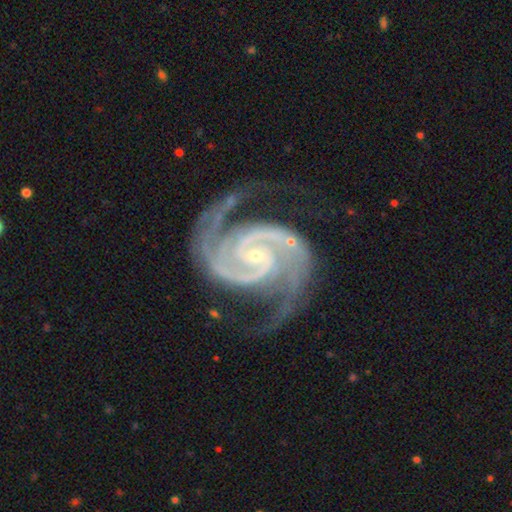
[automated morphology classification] The model was most divided on "spiral winding": medium: 48%, tight: 46%, loose: 6%. Remaining: spiral arms — yes (99%); edge-on disk — no (98%); smooth or featured — featured or disk (95%); bulge size — small (81%); spiral arm count — 2 (78%); merging — none (69%); bar — no (49%).